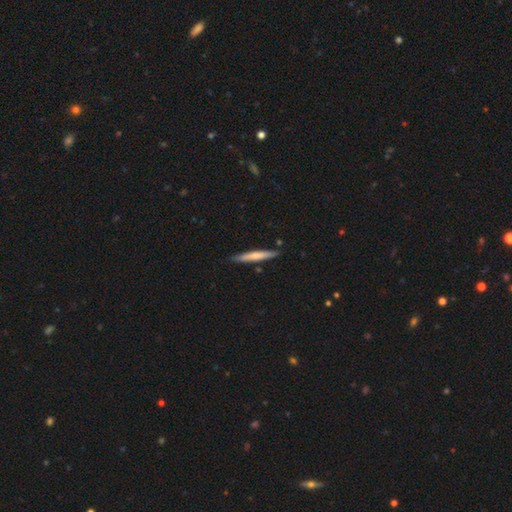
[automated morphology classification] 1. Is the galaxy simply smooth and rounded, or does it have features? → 60% smooth, 34% featured or disk, 5% star or artifact.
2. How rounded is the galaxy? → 95% cigar-shaped, 4% in between, 1% round.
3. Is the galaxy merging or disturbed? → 87% none, 9% minor disturbance, 2% merger, 2% major disturbance.